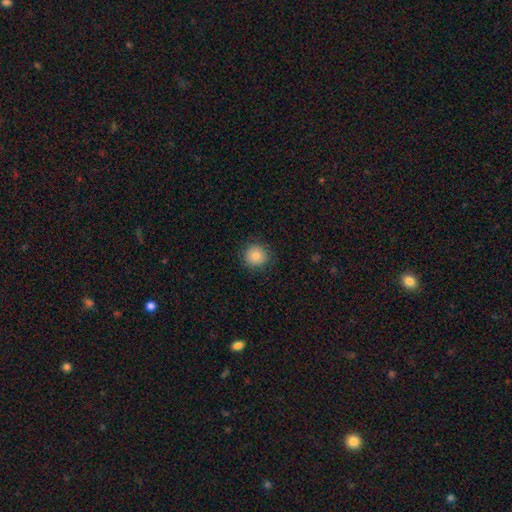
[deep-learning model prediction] smooth-or-featured: smooth: 82% | star or artifact: 10% | featured or disk: 8%
  how-rounded: round: 92% | in between: 7% | cigar-shaped: 1%
  merging: none: 88% | minor disturbance: 9% | major disturbance: 2% | merger: 1%